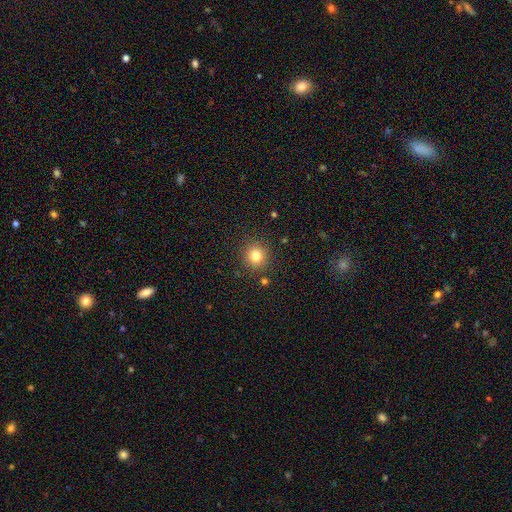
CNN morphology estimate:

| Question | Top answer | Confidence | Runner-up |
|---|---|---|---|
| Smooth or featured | smooth | 80% | star or artifact (13%) |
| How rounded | round | 92% | in between (8%) |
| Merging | none | 88% | minor disturbance (7%) |